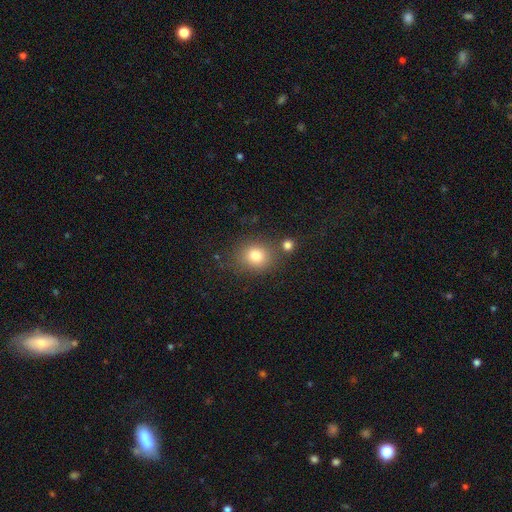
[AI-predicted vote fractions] smooth-or-featured: smooth: 81% | star or artifact: 11% | featured or disk: 7%
  how-rounded: round: 70% | in between: 29% | cigar-shaped: 1%
  merging: none: 75% | minor disturbance: 12% | merger: 9% | major disturbance: 4%